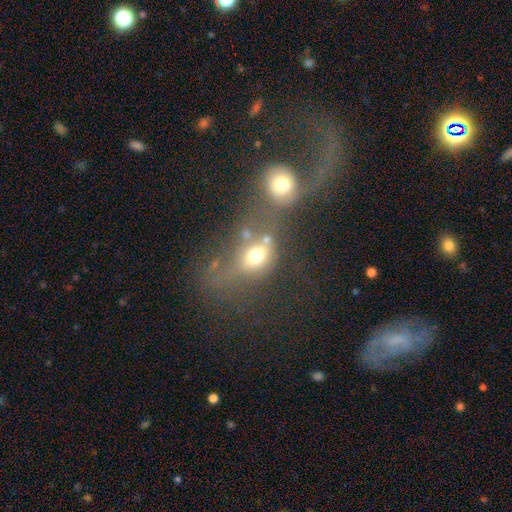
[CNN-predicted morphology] smooth 62%, featured or disk 20%, star or artifact 18%. Down the decision tree: how rounded — in between (56%); merging — merger (34%).